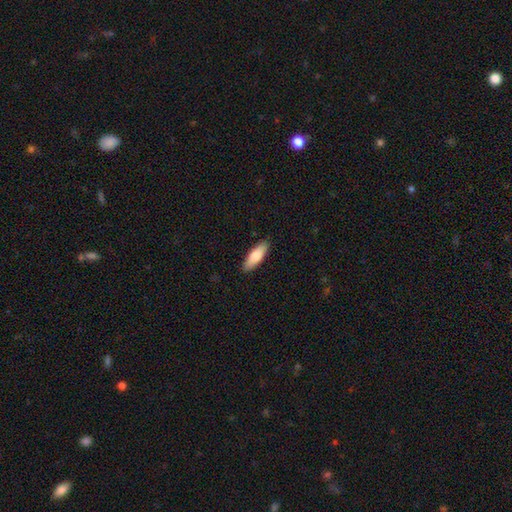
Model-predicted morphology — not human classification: This is likely a smooth galaxy (78%). How rounded: possibly in between (58%). Merging: clearly none (89%).